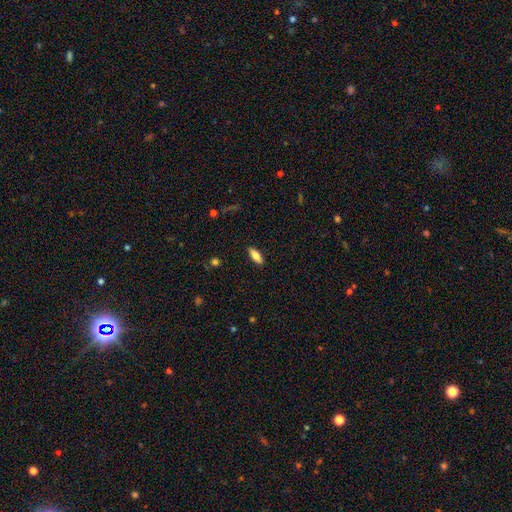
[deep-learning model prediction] smooth_or_featured: smooth (p=0.76) [alt: featured or disk p=0.17]
how_rounded: in between (p=0.72) [alt: cigar-shaped p=0.26]
merging: none (p=0.88) [alt: minor disturbance p=0.08]